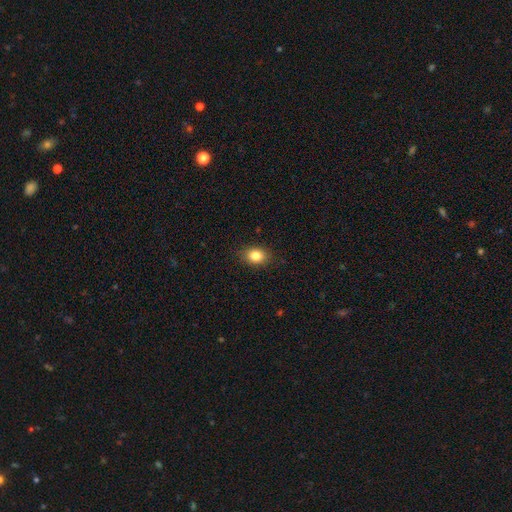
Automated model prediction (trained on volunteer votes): Overall: smooth (84%). How rounded: in between (64%; round 35%). Merging: none (87%).